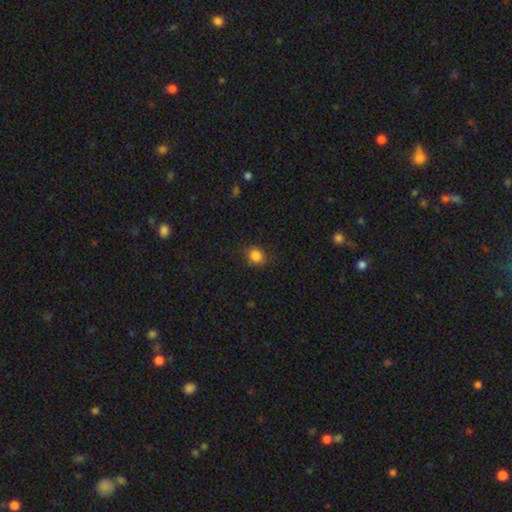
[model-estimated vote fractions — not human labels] A smooth galaxy with no disk features (85%) that is round (68%). Merging: none (85%).